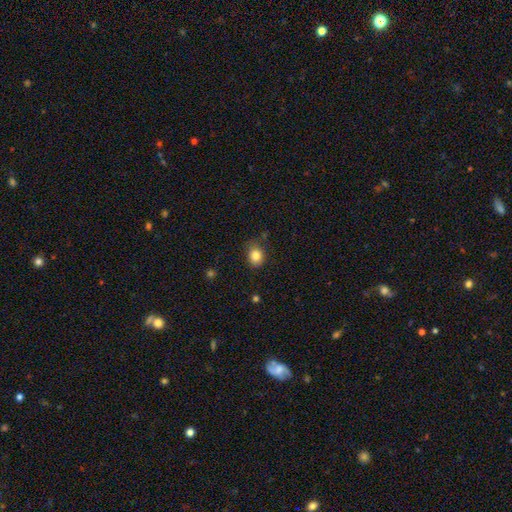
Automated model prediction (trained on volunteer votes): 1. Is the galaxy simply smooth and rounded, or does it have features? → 83% smooth, 10% star or artifact, 6% featured or disk.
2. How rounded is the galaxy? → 56% round, 43% in between, 1% cigar-shaped.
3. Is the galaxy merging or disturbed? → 79% none, 16% minor disturbance, 3% major disturbance, 2% merger.